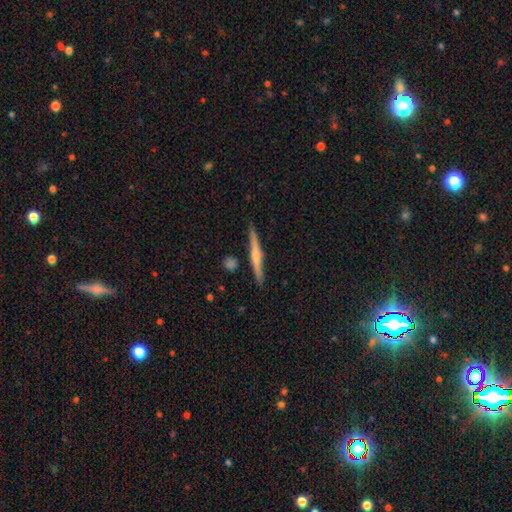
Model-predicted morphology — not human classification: This is likely a featured or disk galaxy (68%). It is clearly viewed edge-on (98%). Edge-on bulge: clearly rounded (84%). Merging: clearly none (87%).